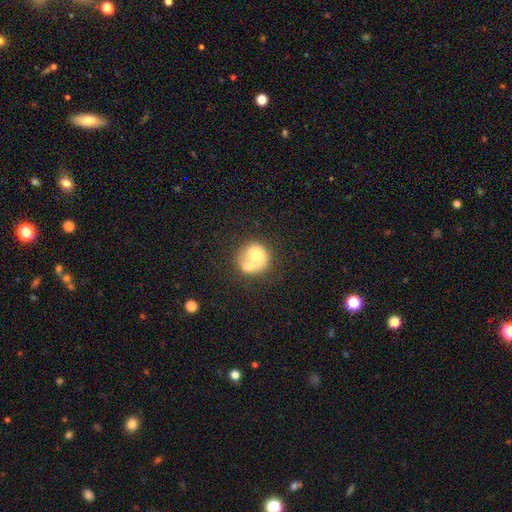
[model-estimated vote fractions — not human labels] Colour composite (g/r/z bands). It shows a smooth galaxy with no disk features (66%) that is round (79%). Merging: merger (60%).